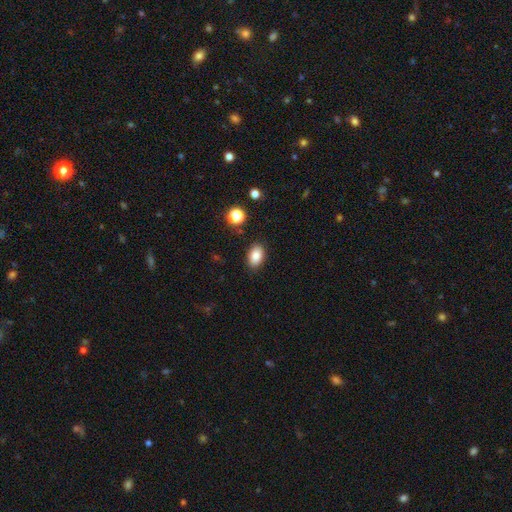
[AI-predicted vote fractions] smooth_or_featured: smooth (p=0.84) [alt: star or artifact p=0.09]
how_rounded: in between (p=0.87) [alt: round p=0.11]
merging: none (p=0.87) [alt: minor disturbance p=0.09]